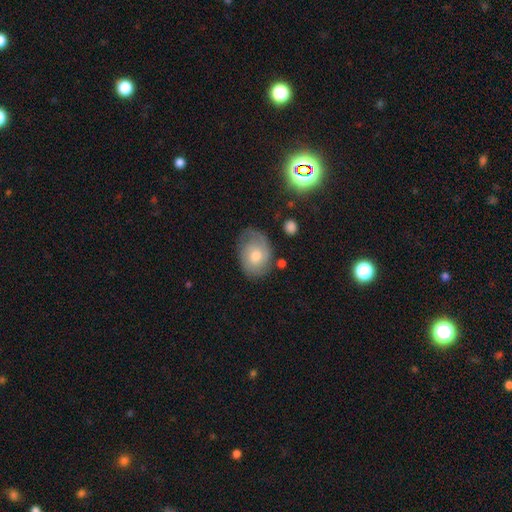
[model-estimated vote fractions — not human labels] Smooth or featured?
  - featured or disk: 47% *
  - smooth: 42%
  - star or artifact: 11%
Merging?
  - none: 62% *
  - minor disturbance: 26%
  - major disturbance: 9%
  - merger: 3%